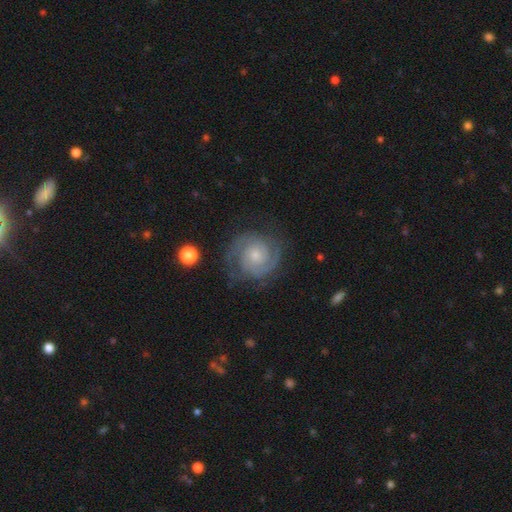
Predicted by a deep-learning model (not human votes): A featured or disk galaxy (89%) with no bar (72%), 2 (76%) tight (71%) spiral arms (98%) and a small central bulge (61%).

Vote fractions:
- Smooth or featured? featured or disk: 89% / smooth: 6% / star or artifact: 5%
- Edge-on disk? no: 98% / yes: 2%
- Bar? no: 72% / weak: 23% / strong: 5%
- Spiral arms? yes: 98% / no: 2%
- Spiral winding? tight: 71% / medium: 25% / loose: 4%
- Spiral arm count? 2: 76% / 3: 10% / can't tell: 7% / 1: 3% / 4: 3% / more than 4: 2%
- Bulge size? small: 61% / moderate: 31% / none: 4% / large: 2% / dominant: 1%
- Merging? none: 79% / minor disturbance: 14% / major disturbance: 5% / merger: 1%